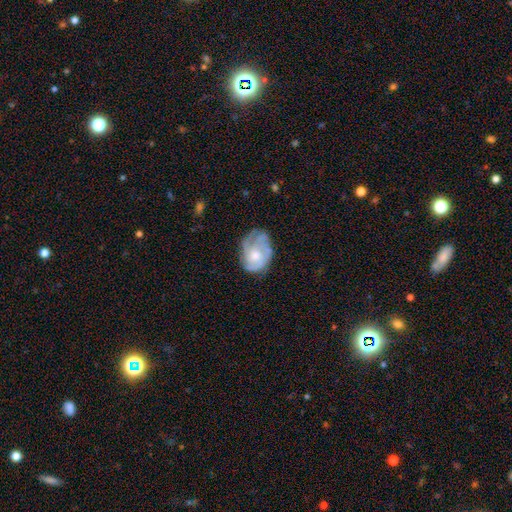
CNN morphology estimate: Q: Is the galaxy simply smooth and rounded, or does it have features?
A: featured or disk — 70%.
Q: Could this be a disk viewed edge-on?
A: no — 97%.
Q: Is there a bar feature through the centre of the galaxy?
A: no — 78%.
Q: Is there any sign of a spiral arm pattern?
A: yes — 85%.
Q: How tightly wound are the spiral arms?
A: tight — 53%.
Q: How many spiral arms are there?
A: can't tell — 38%.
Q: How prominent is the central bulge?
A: moderate — 60%.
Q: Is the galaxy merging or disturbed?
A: none — 57%.